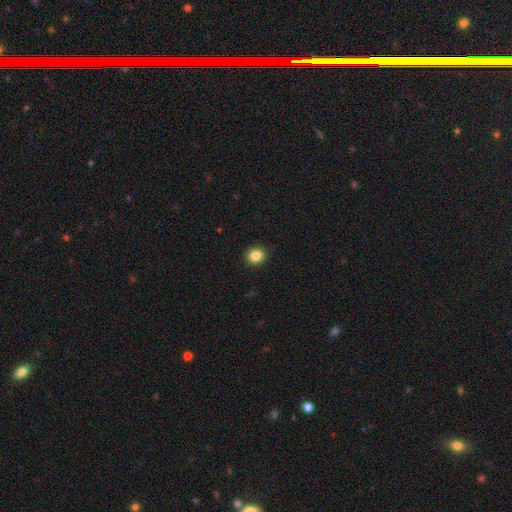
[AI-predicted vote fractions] This is clearly a smooth galaxy (85%). How rounded: likely round (74%). Merging: clearly none (90%).